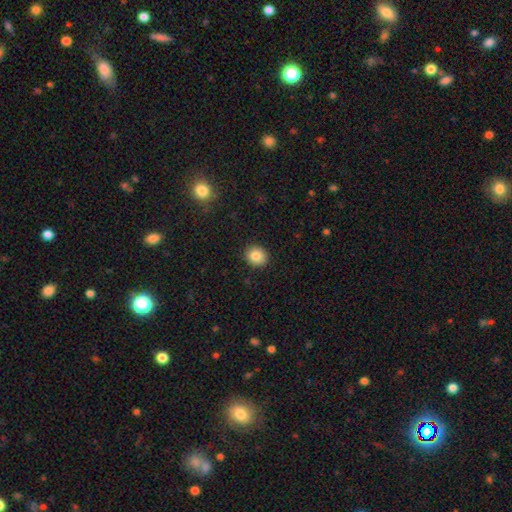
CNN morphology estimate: Smooth or featured: smooth — 84% (star or artifact — 9%)
How rounded: round — 79% (in between — 20%)
Merging: none — 91% (minor disturbance — 6%)